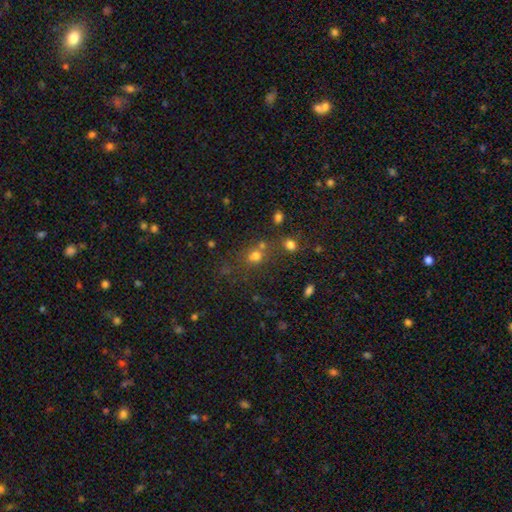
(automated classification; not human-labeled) Smooth or featured? smooth (66%)
How rounded? round (71%)
Merging? none (56%)